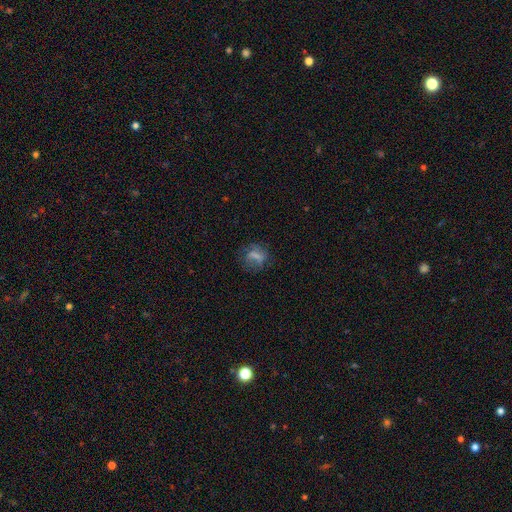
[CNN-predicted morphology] type=smooth (52%); roundness=round (51%); merging=none (56%).